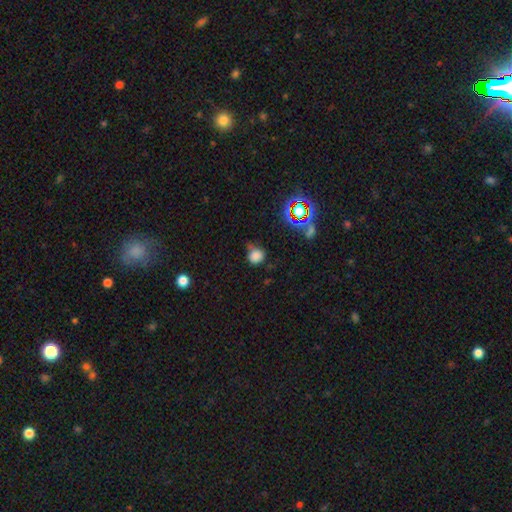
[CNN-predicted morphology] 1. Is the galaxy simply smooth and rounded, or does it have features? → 76% smooth, 16% star or artifact, 8% featured or disk.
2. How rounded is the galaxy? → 82% round, 17% in between, 1% cigar-shaped.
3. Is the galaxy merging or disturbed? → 50% none, 31% minor disturbance, 13% major disturbance, 7% merger.